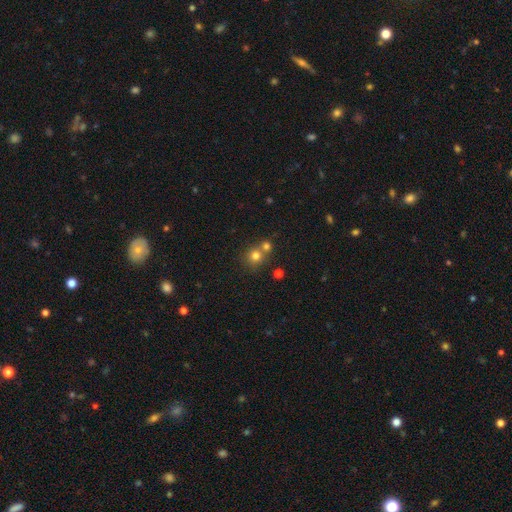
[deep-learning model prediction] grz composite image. It shows a smooth galaxy with no disk features (76%) that is round (87%). Merging: none (52%).